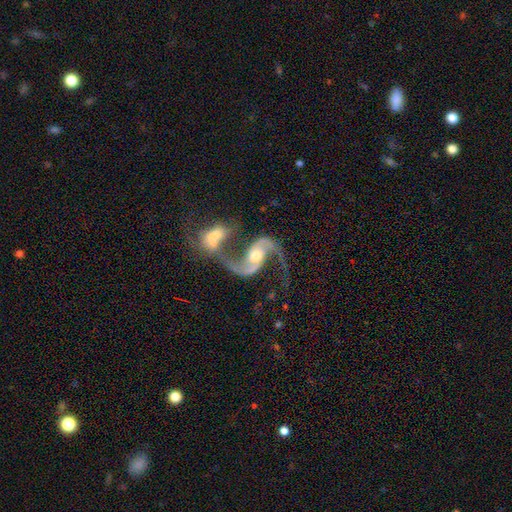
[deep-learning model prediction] smooth_or_featured: featured or disk (p=0.91) [alt: star or artifact p=0.05]
disk_edge_on: no (p=0.97) [alt: yes p=0.03]
bar: no (p=0.47) [alt: weak p=0.34]
has_spiral_arms: yes (p=0.97) [alt: no p=0.03]
spiral_winding: loose (p=0.70) [alt: medium p=0.25]
spiral_arm_count: 2 (p=0.93) [alt: 1 p=0.02]
bulge_size: moderate (p=0.61) [alt: small p=0.29]
merging: merger (p=0.54) [alt: none p=0.27]